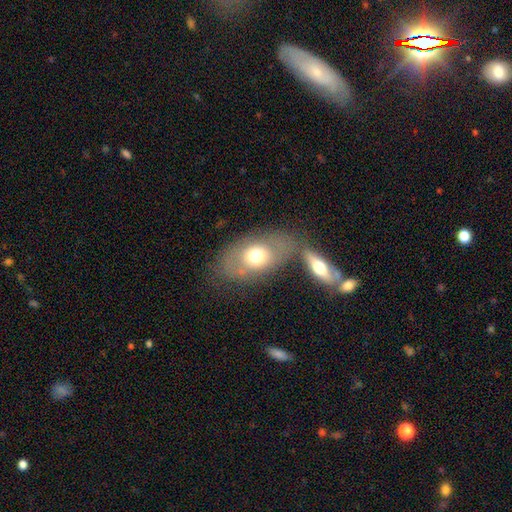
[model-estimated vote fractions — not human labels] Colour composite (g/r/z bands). It shows a smooth galaxy with no disk features (59%) that is in between round and cigar-shaped (84%). Merging: none (49%).